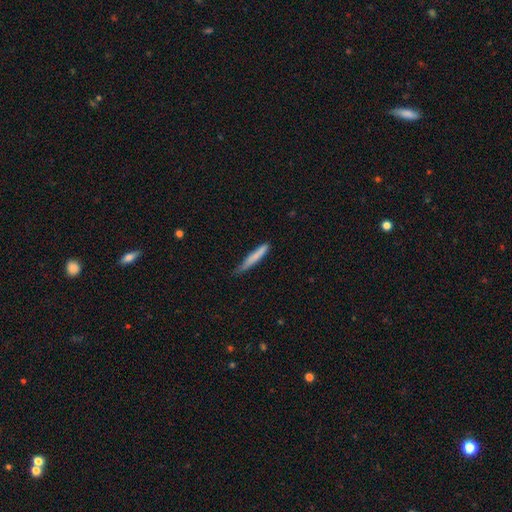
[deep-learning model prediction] Smooth or featured? Predicted: smooth (p=0.75). How rounded? Predicted: cigar-shaped (p=0.94). Merging? Predicted: none (p=0.66).